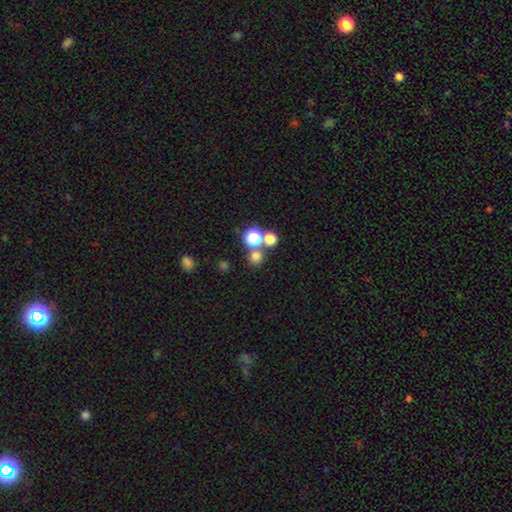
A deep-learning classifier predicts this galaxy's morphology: The model was most divided on "merging": none: 64%, merger: 26%, minor disturbance: 6%, major disturbance: 3%. More confident: how rounded — round (90%); smooth or featured — smooth (71%).